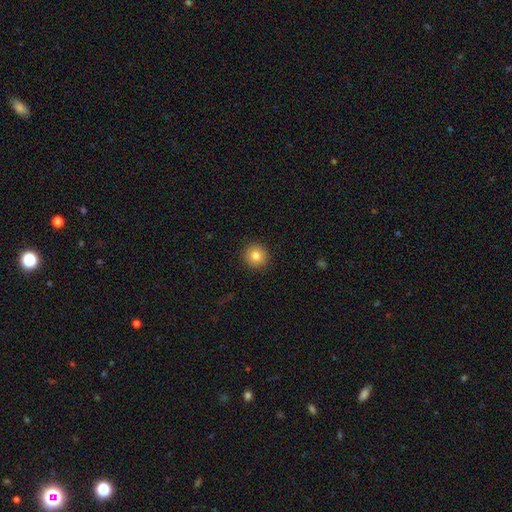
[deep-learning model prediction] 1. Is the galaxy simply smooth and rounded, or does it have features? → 82% smooth, 10% star or artifact, 8% featured or disk.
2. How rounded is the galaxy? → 93% round, 6% in between, 1% cigar-shaped.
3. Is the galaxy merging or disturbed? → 92% none, 5% minor disturbance, 2% major disturbance, 1% merger.